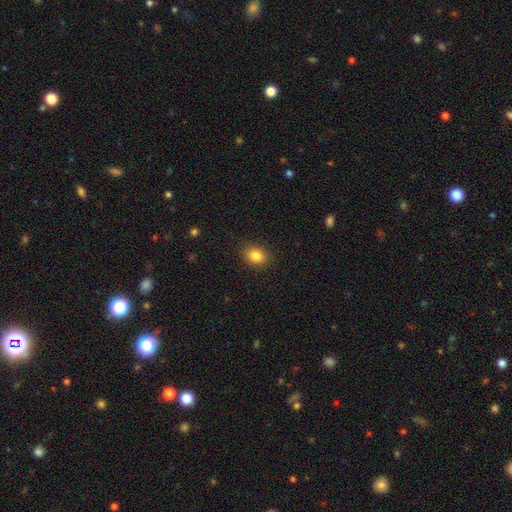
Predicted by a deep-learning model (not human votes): A smooth galaxy with no disk features (84%) that is round (51%). Merging: none (89%).